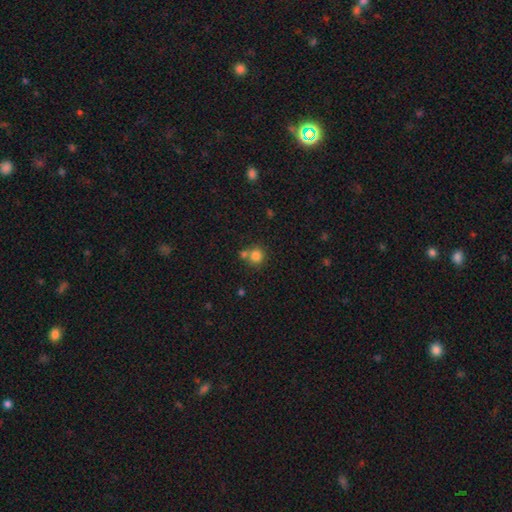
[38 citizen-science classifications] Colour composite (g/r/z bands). It shows a smooth galaxy with no disk features (82%) that is round (84%). Merging: none (57%).